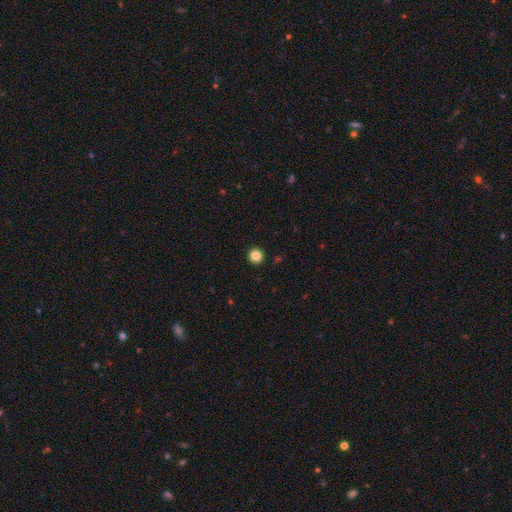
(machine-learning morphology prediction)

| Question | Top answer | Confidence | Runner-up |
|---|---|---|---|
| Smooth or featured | smooth | 84% | star or artifact (11%) |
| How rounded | round | 95% | in between (4%) |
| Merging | none | 94% | minor disturbance (4%) |